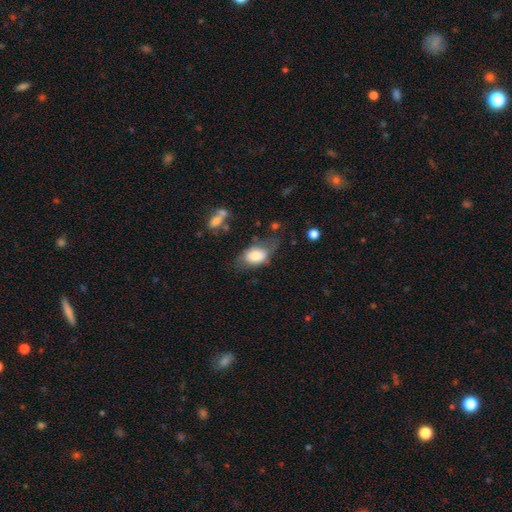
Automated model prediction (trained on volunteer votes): Q: Smooth or featured?
A: smooth (73%); runner-up: featured or disk (20%)
Q: How rounded?
A: in between (86%); runner-up: round (11%)
Q: Merging?
A: none (50%); runner-up: minor disturbance (30%)